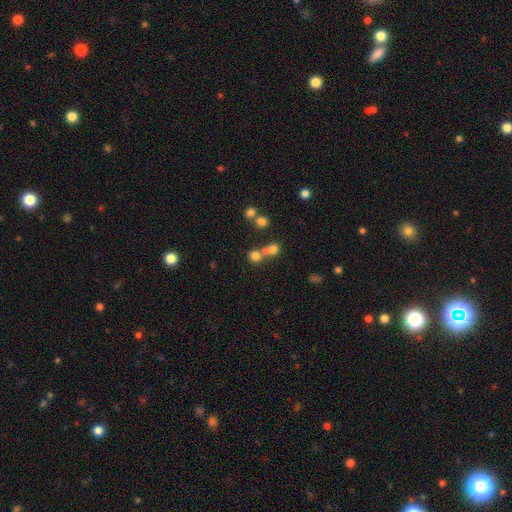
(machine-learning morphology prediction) A smooth galaxy with no disk features (70%) that is round (86%).

Vote fractions:
- Smooth or featured? smooth: 70% / star or artifact: 19% / featured or disk: 11%
- How rounded? round: 86% / in between: 13% / cigar-shaped: 1%
- Merging? none: 52% / merger: 38% / minor disturbance: 6% / major disturbance: 4%